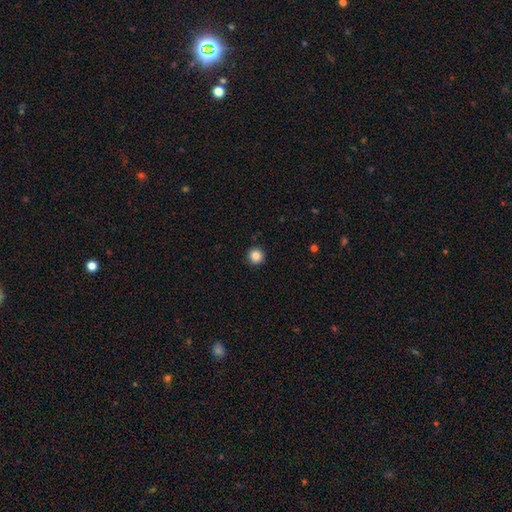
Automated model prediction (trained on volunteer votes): smooth-or-featured: smooth: 85% | star or artifact: 10% | featured or disk: 4%
  how-rounded: round: 96% | in between: 3% | cigar-shaped: 1%
  merging: none: 92% | minor disturbance: 5% | major disturbance: 2% | merger: 1%